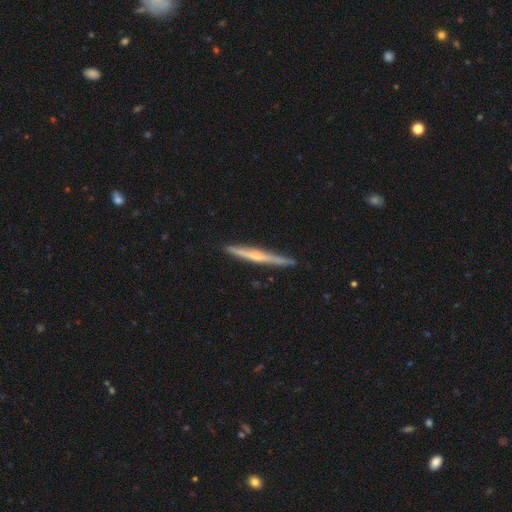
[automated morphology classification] A featured or disk galaxy (66%) viewed edge-on (98%) with a rounded central bulge (55%).

Vote fractions:
- Smooth or featured? featured or disk: 66% / smooth: 28% / star or artifact: 6%
- Edge-on disk? yes: 98% / no: 2%
- Edge-on bulge? rounded: 55% / none: 37% / boxy: 8%
- Merging? none: 90% / minor disturbance: 7% / major disturbance: 1% / merger: 1%